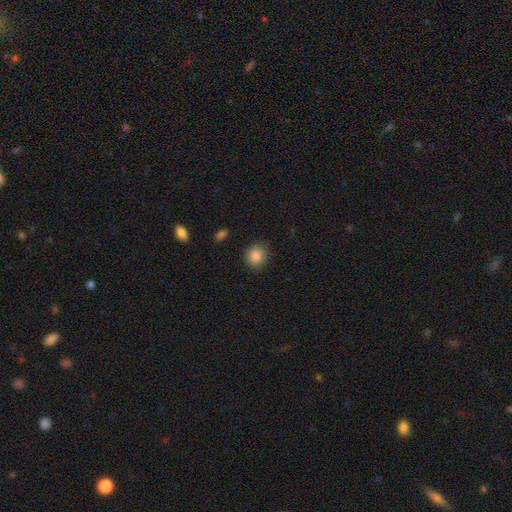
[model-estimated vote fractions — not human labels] Morphology: type=smooth (86%); roundness=round (81%); merging=none (85%).